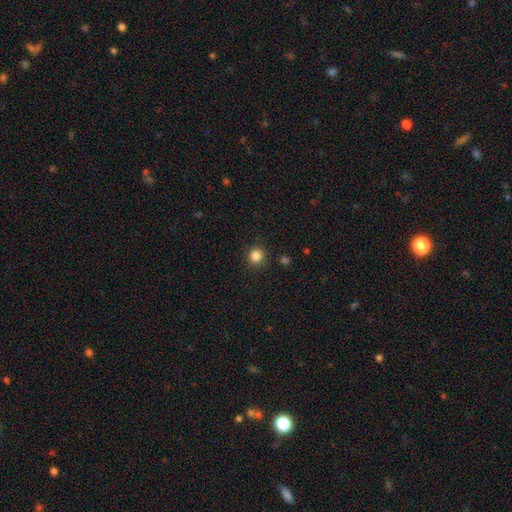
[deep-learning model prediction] This is clearly a smooth galaxy (85%). How rounded: clearly round (92%). Merging: clearly none (91%).